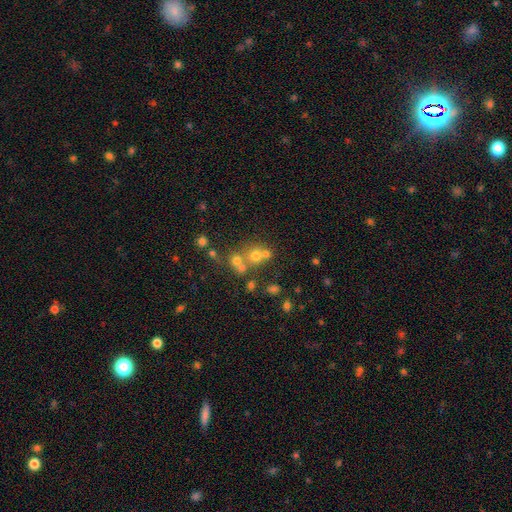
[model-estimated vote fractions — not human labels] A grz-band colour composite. It shows a smooth galaxy with no disk features (57%) that is round (83%). Merging: none (46%).